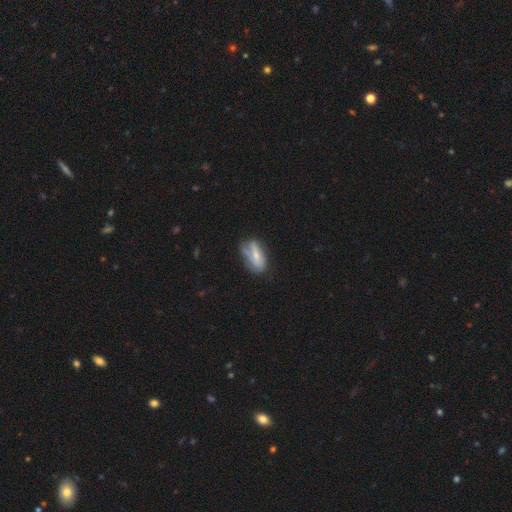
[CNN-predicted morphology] This is possibly a smooth galaxy (52%). How rounded: clearly in between (81%). Merging: possibly none (48%).